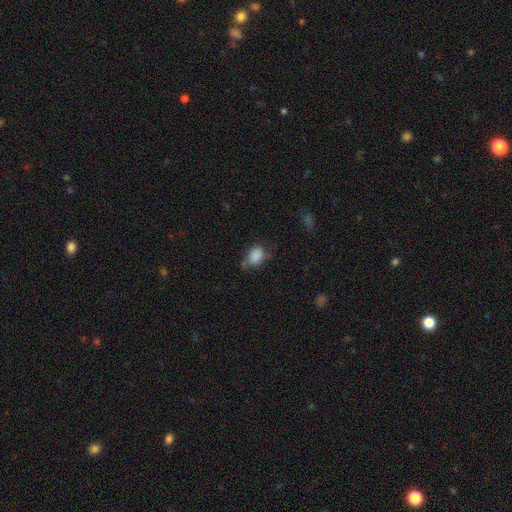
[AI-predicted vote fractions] Smooth or featured: smooth — 83% (star or artifact — 9%)
How rounded: in between — 73% (round — 25%)
Merging: none — 46% (minor disturbance — 35%)